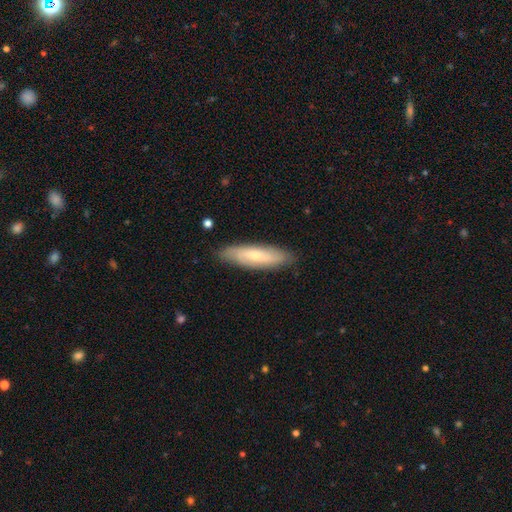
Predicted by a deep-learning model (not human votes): A smooth galaxy with no disk features (55%) that is cigar-shaped (61%). Merging: none (85%).